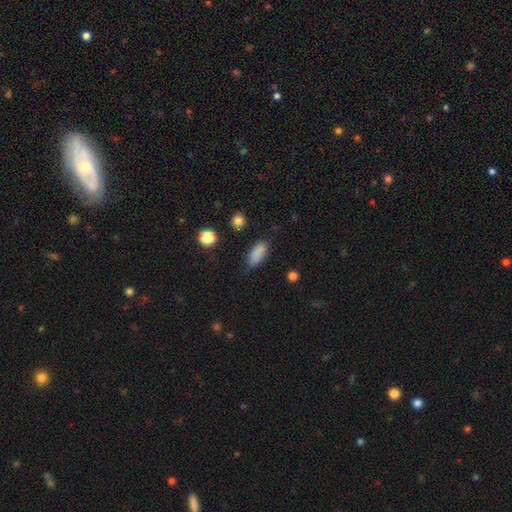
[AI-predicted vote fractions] smooth 85%, star or artifact 9%, featured or disk 5%. Down the decision tree: how rounded — in between (84%); merging — none (75%).